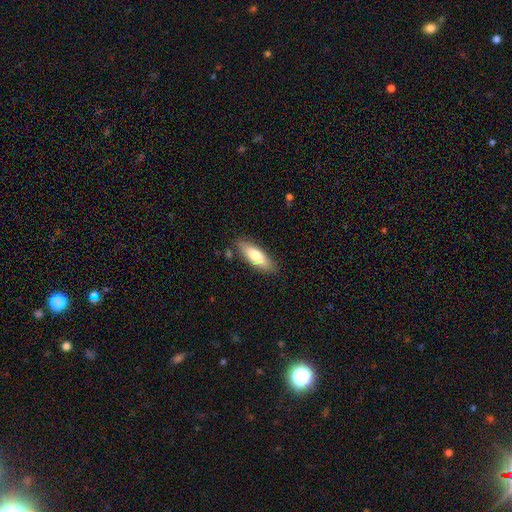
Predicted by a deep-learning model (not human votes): This is likely a smooth galaxy (72%). How rounded: possibly in between (57%). Merging: clearly none (84%).